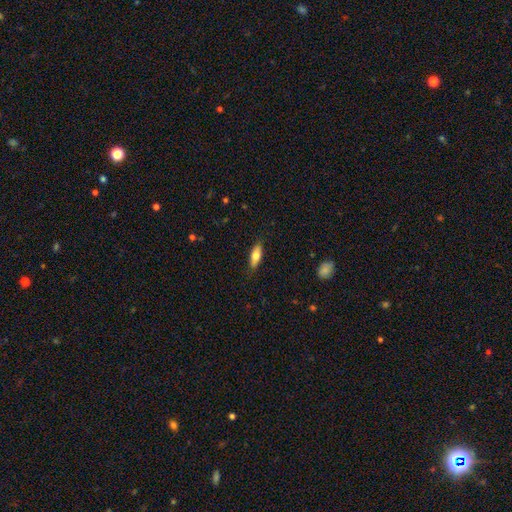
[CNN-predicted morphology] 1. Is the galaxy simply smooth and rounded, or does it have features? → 73% smooth, 20% featured or disk, 6% star or artifact.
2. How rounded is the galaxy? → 70% in between, 28% cigar-shaped, 3% round.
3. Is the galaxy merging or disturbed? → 86% none, 11% minor disturbance, 2% major disturbance, 1% merger.